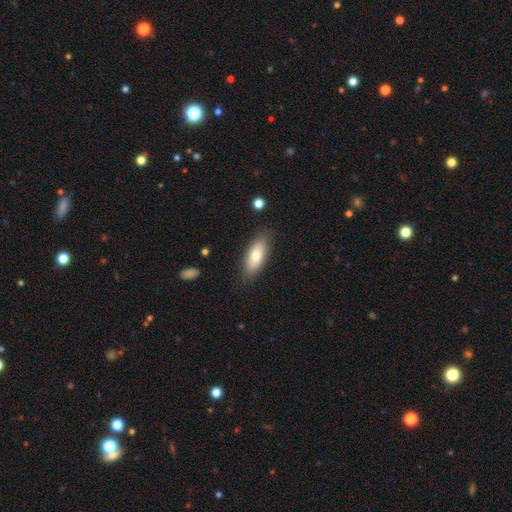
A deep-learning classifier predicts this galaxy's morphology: type=smooth (76%); roundness=in between (73%); merging=none (85%).